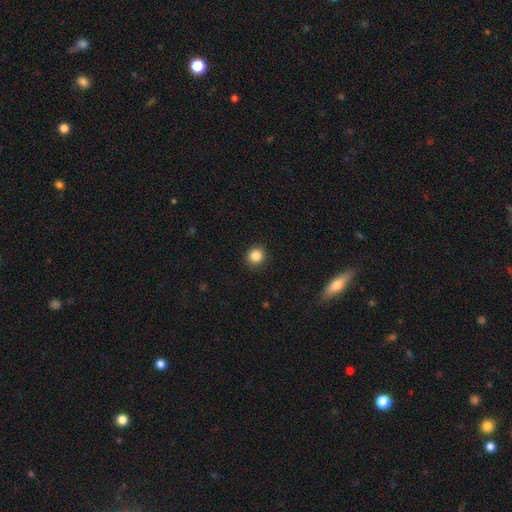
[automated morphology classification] Q: Smooth or featured?
A: smooth (86%); runner-up: star or artifact (10%)
Q: How rounded?
A: round (91%); runner-up: in between (8%)
Q: Merging?
A: none (91%); runner-up: minor disturbance (6%)